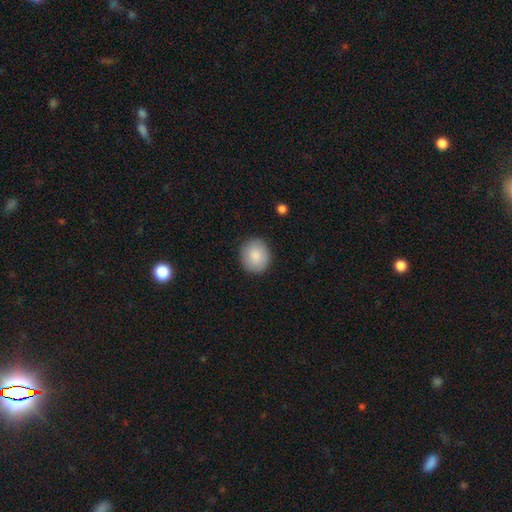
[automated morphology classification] Overall: smooth (86%). How rounded: round (78%). Merging: none (88%).